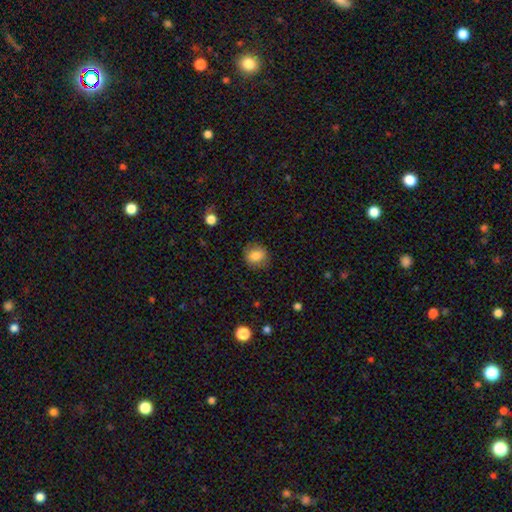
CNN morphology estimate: Q: Smooth or featured?
A: smooth (83%); runner-up: star or artifact (9%)
Q: How rounded?
A: round (70%); runner-up: in between (29%)
Q: Merging?
A: none (82%); runner-up: minor disturbance (13%)